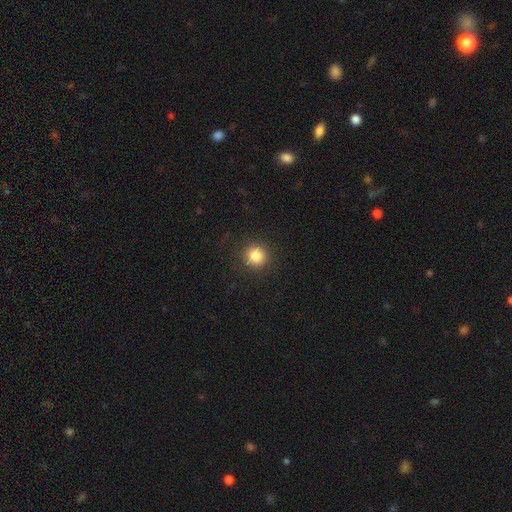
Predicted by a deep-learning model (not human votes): Overall: smooth (84%). How rounded: round (94%). Merging: none (90%).